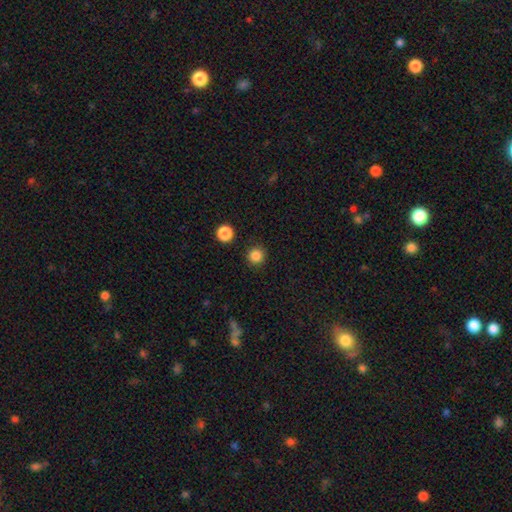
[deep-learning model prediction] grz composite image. It shows a smooth galaxy with no disk features (85%) that is round (95%). Merging: none (90%).